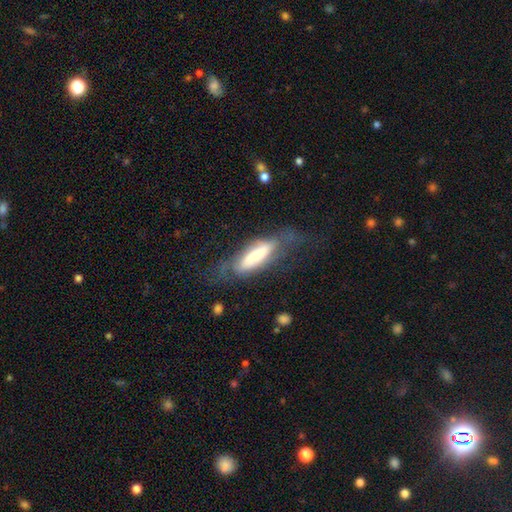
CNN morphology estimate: smooth_or_featured: featured or disk (p=0.49) [alt: smooth p=0.45]
merging: none (p=0.47) [alt: major disturbance p=0.25]